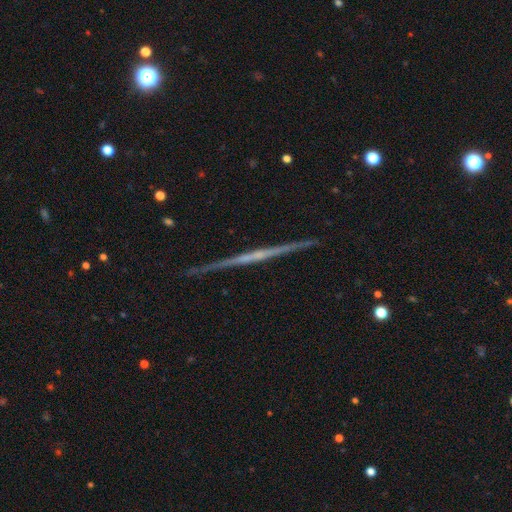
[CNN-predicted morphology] featured or disk 78%, smooth 16%, star or artifact 6%. Down the decision tree: edge-on disk — yes (98%); edge-on bulge — none (71%); merging — none (91%).